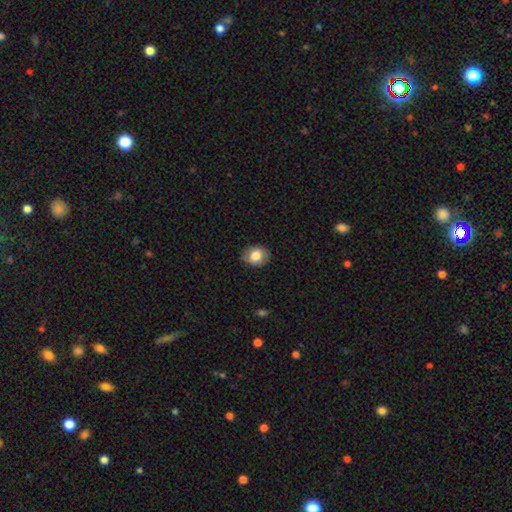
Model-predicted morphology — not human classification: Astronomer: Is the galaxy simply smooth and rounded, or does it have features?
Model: smooth — 79%.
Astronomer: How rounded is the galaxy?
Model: round — 52% (runner-up: in between, 47%).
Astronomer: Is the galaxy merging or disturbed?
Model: none — 85%.